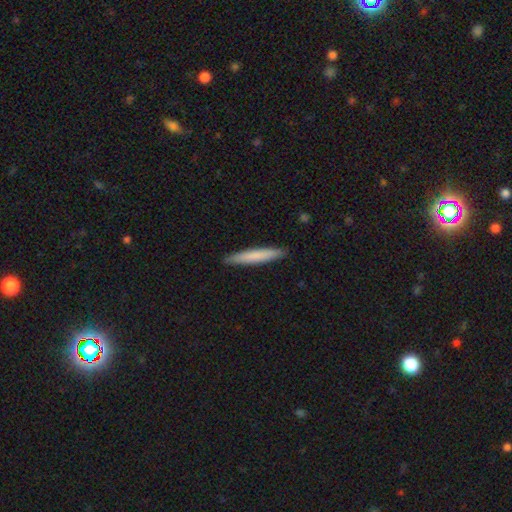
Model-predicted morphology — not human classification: This appears to be a smooth galaxy with no disk features (77%) that is cigar-shaped (94%). Merging: none (91%).